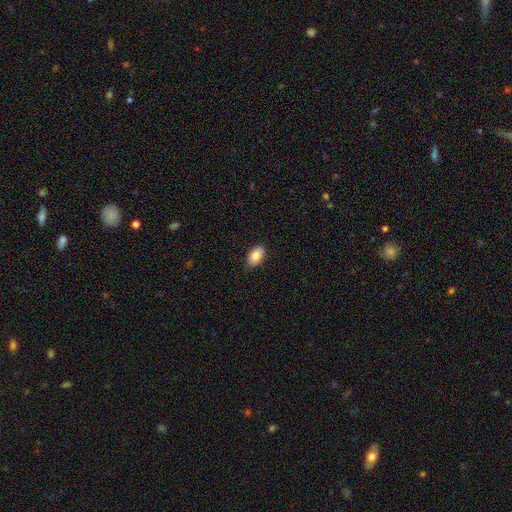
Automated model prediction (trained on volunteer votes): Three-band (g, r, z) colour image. It shows a smooth galaxy with no disk features (84%) that is in between round and cigar-shaped (93%). Merging: none (83%).